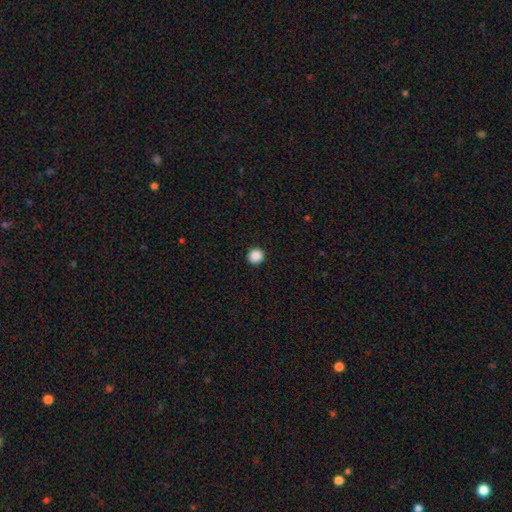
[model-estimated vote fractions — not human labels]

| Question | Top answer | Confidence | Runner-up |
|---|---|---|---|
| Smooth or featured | smooth | 89% | star or artifact (9%) |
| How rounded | round | 94% | in between (5%) |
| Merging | none | 93% | minor disturbance (5%) |